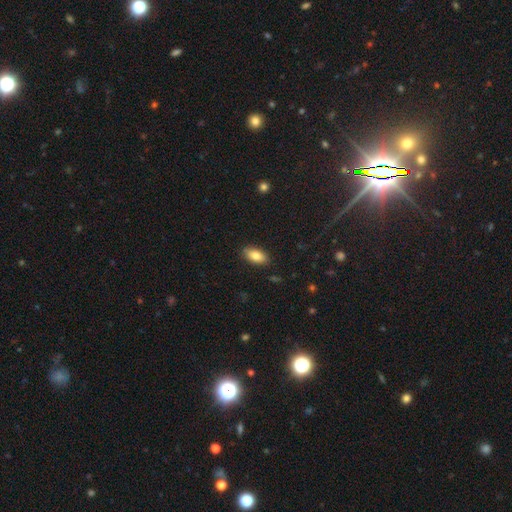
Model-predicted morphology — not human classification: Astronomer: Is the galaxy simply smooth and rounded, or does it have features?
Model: smooth — 83%.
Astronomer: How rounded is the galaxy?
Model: in between — 91%.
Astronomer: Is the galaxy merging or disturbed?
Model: none — 87%.